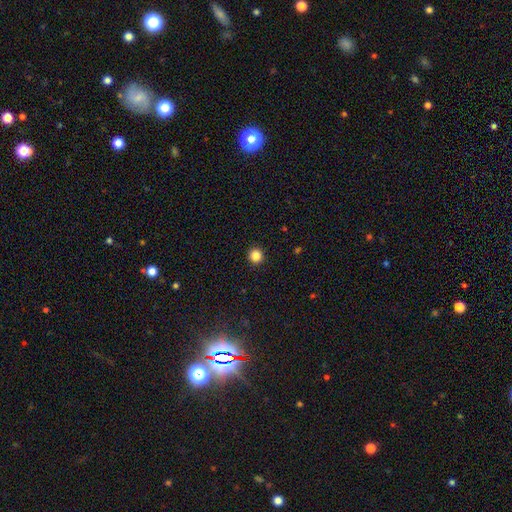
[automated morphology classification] smooth_or_featured: smooth (p=0.85) [alt: star or artifact p=0.12]
how_rounded: round (p=0.95) [alt: in between p=0.04]
merging: none (p=0.93) [alt: minor disturbance p=0.04]